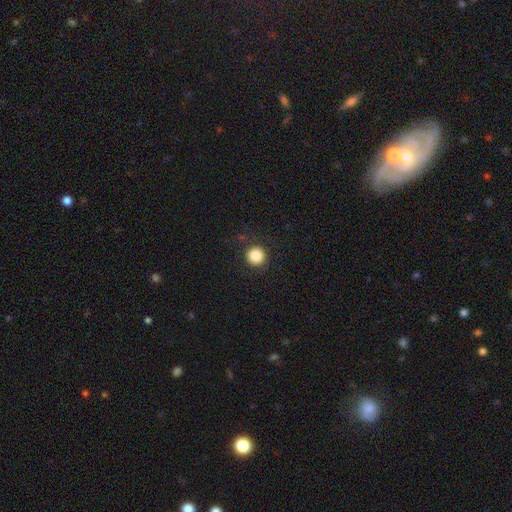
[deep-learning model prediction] Smooth or featured? Predicted: smooth (p=0.84). How rounded? Predicted: round (p=0.95). Merging? Predicted: none (p=0.88).